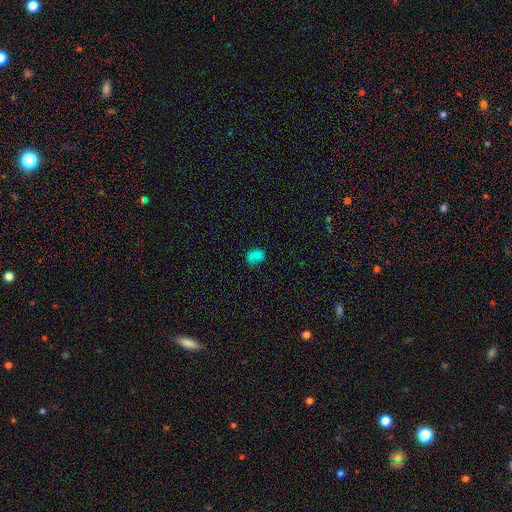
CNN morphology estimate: smooth-or-featured: smooth: 74% | star or artifact: 18% | featured or disk: 8%
  how-rounded: in between: 72% | round: 27% | cigar-shaped: 1%
  merging: none: 53% | minor disturbance: 28% | major disturbance: 16% | merger: 4%